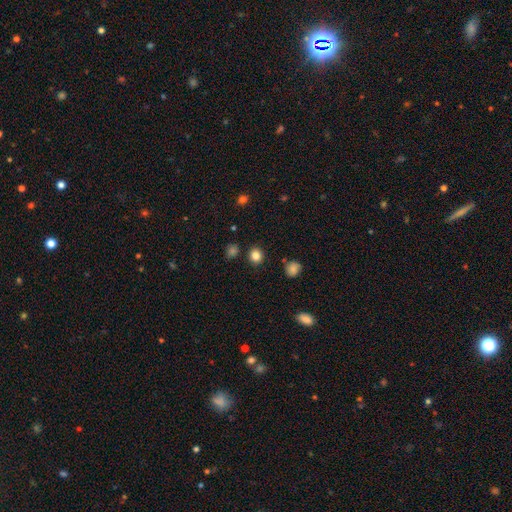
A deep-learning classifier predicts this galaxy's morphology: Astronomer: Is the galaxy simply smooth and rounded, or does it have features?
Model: smooth — 83%.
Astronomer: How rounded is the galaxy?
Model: round — 81%.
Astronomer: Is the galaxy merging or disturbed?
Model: none — 88%.